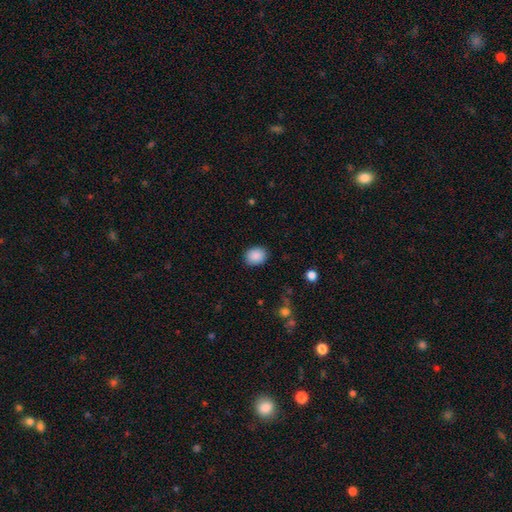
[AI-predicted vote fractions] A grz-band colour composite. It shows a smooth galaxy with no disk features (89%) that is round (54%). Merging: none (88%).